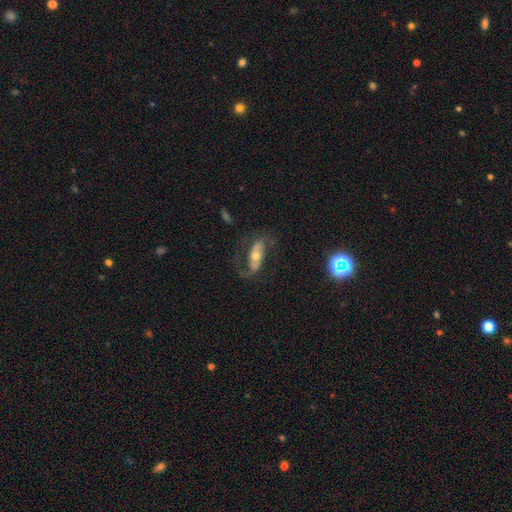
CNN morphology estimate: type=featured or disk (73%); edge-on=no (90%); bar=no (37%); spiral arms=yes (85%); winding=loose (43%); arm count=2 (81%); bulge=moderate (58%); merging=none (60%).